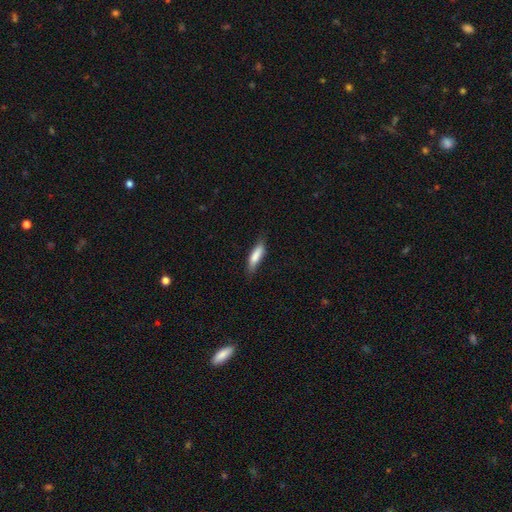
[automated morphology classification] This appears to be a smooth galaxy with no disk features (79%) that is cigar-shaped (64%). Merging: none (71%).